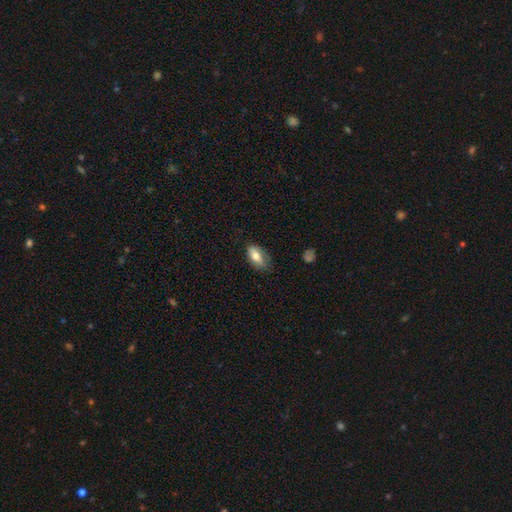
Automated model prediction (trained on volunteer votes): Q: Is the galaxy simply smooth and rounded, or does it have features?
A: smooth — 78%.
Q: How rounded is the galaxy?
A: in between — 90%.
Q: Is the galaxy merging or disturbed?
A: none — 65%.